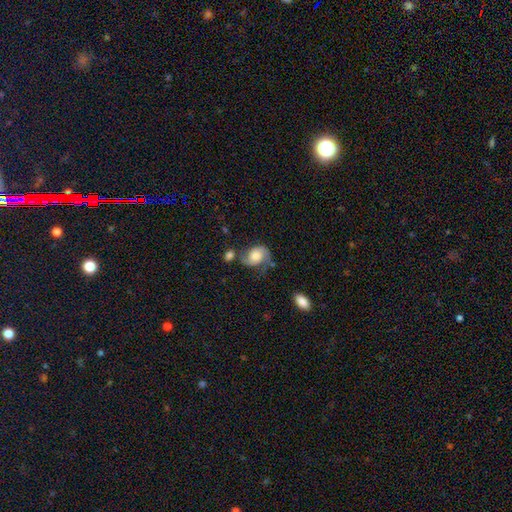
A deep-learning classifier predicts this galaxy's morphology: Overall: featured or disk (70%). Edge-on disk: no (98%). Bar: no (69%). Spiral arms: yes (93%). Spiral arm count: 2 (86%). Spiral winding: medium (45%; loose 35%). Bulge size: moderate (40%; large 31%). Merging: none (49%; minor disturbance 24%).